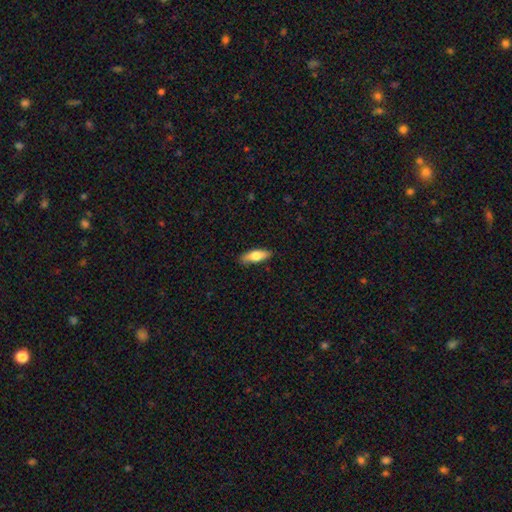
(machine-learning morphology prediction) Q: Smooth or featured?
A: smooth (72%); runner-up: featured or disk (23%)
Q: How rounded?
A: in between (61%); runner-up: cigar-shaped (36%)
Q: Merging?
A: none (86%); runner-up: minor disturbance (11%)